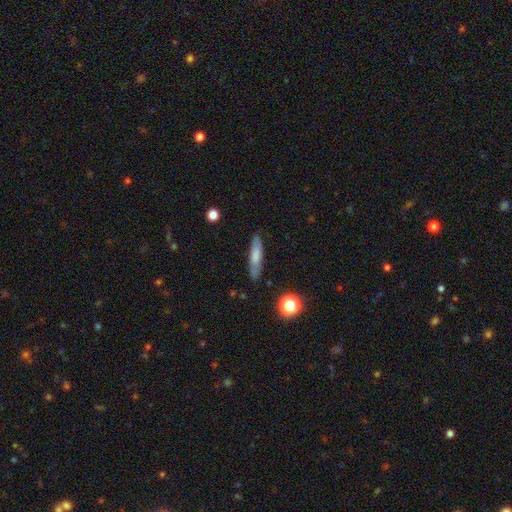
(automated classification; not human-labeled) smooth-or-featured: smooth: 66% | featured or disk: 26% | star or artifact: 8%
  how-rounded: cigar-shaped: 75% | in between: 23% | round: 2%
  merging: none: 84% | minor disturbance: 12% | major disturbance: 3% | merger: 2%